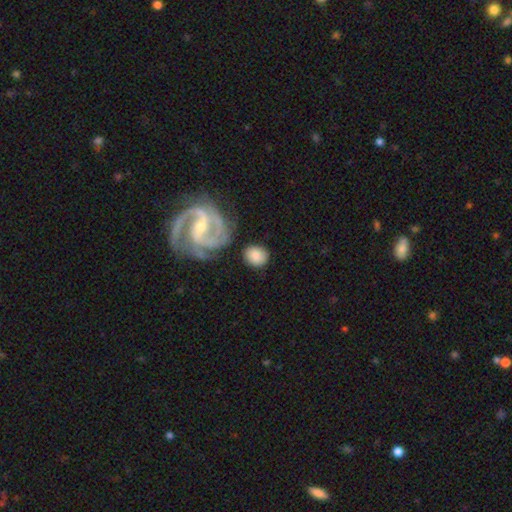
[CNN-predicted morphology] Q: Smooth or featured?
A: smooth (71%); runner-up: featured or disk (22%)
Q: How rounded?
A: round (68%); runner-up: in between (30%)
Q: Merging?
A: none (73%); runner-up: minor disturbance (14%)